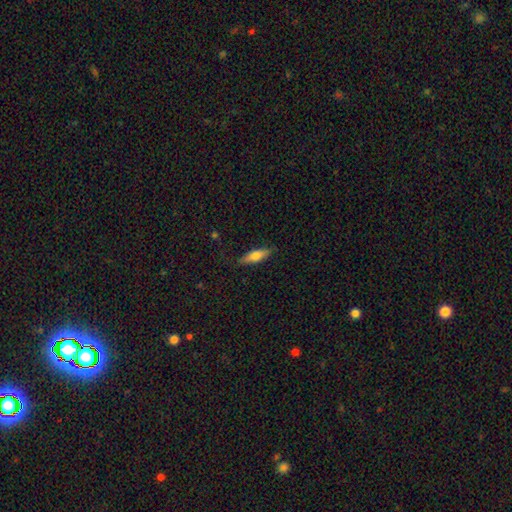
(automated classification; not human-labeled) Morphology: type=smooth (65%); roundness=cigar-shaped (54%); merging=none (84%).